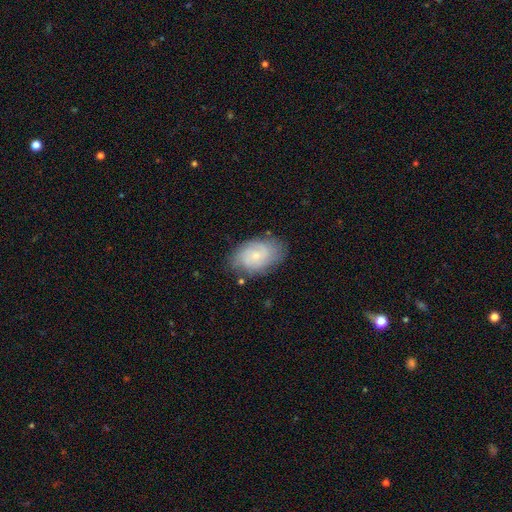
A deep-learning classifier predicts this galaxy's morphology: smooth-or-featured: featured or disk: 61% | smooth: 31% | star or artifact: 7%
  disk-edge-on: no: 97% | yes: 3%
    bar: no: 69% | weak: 28% | strong: 3%
    has-spiral-arms: yes: 89% | no: 11%
      spiral-winding: tight: 52% | medium: 36% | loose: 12%
      spiral-arm-count: 2: 38% | can't tell: 36% | 3: 14% | 4: 5% | 1: 4% | more than 4: 3%
    bulge-size: small: 67% | moderate: 26% | none: 4% | large: 2% | dominant: 1%
  merging: none: 73% | minor disturbance: 20% | major disturbance: 5% | merger: 2%